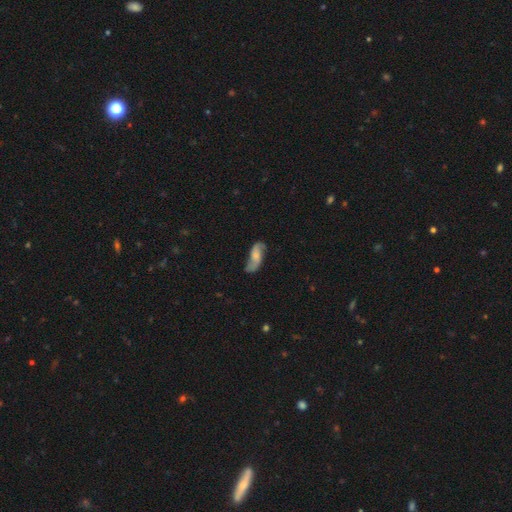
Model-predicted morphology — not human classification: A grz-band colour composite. It shows a featured or disk galaxy (65%) with no bar (56%), 2 (90%) loose (65%) spiral arms (92%) and a small central bulge (37%). Merging: none (69%).